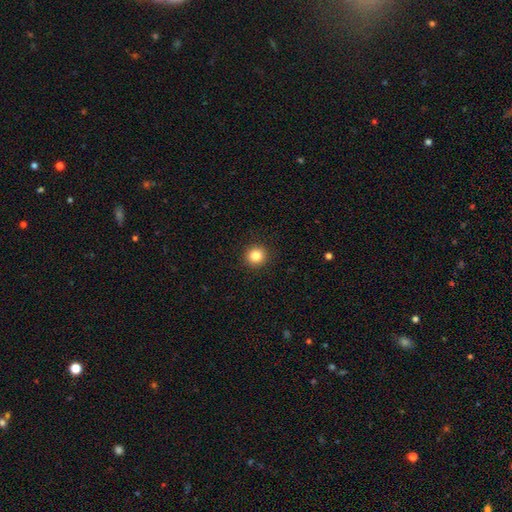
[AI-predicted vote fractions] Q: Smooth or featured?
A: smooth (85%); runner-up: star or artifact (11%)
Q: How rounded?
A: round (93%); runner-up: in between (6%)
Q: Merging?
A: none (92%); runner-up: minor disturbance (5%)